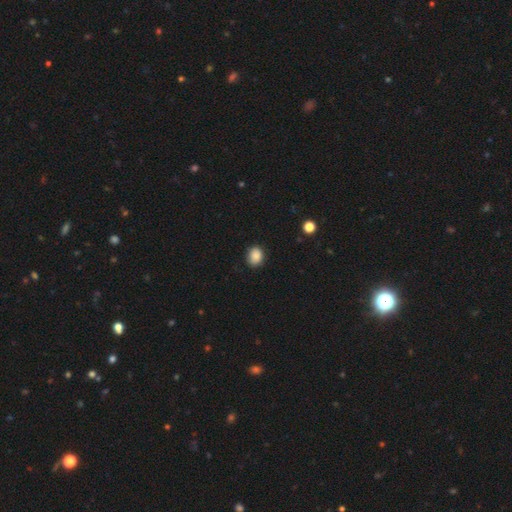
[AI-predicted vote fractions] Morphology: type=smooth (87%); roundness=in between (50%); merging=none (84%).